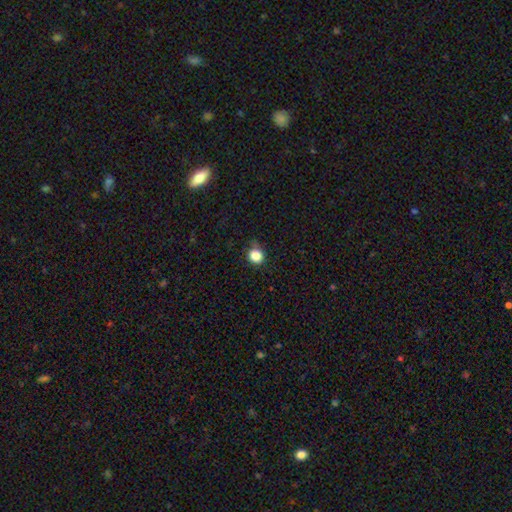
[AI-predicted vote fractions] Smooth or featured?
  - smooth: 84% *
  - star or artifact: 11%
  - featured or disk: 5%
How rounded?
  - round: 85% *
  - in between: 14%
  - cigar-shaped: 1%
Merging?
  - none: 70% *
  - minor disturbance: 23%
  - major disturbance: 5%
  - merger: 2%